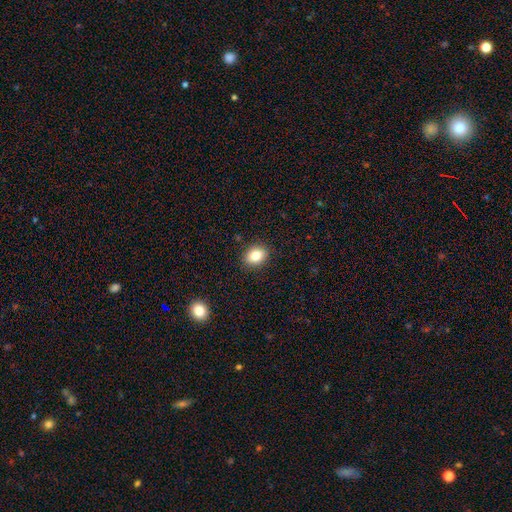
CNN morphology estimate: Overall: smooth (83%). How rounded: in between (53%; round 46%). Merging: none (89%).